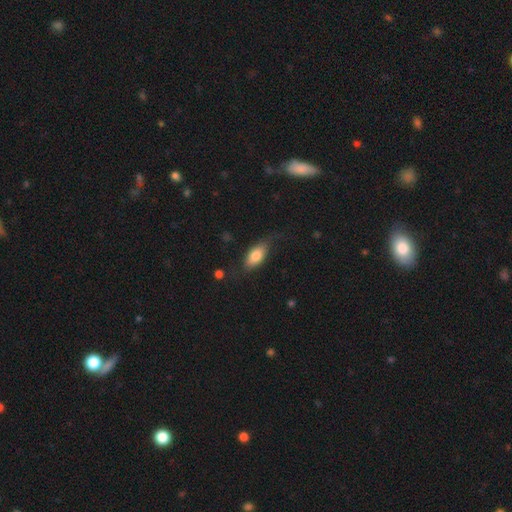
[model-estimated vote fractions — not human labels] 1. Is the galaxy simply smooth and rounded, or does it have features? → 75% smooth, 18% featured or disk, 6% star or artifact.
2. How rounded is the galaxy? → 86% in between, 11% cigar-shaped, 3% round.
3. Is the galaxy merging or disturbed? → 66% none, 23% minor disturbance, 9% major disturbance, 2% merger.